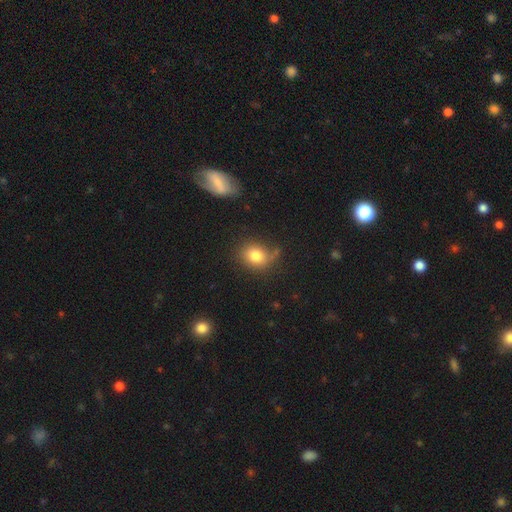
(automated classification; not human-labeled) smooth_or_featured: smooth (p=0.80) [alt: star or artifact p=0.10]
how_rounded: round (p=0.55) [alt: in between p=0.44]
merging: none (p=0.62) [alt: minor disturbance p=0.22]